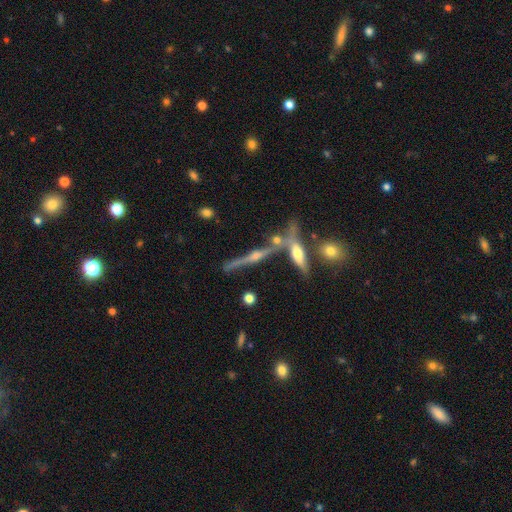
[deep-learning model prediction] Smooth or featured?
  - featured or disk: 83% *
  - smooth: 9%
  - star or artifact: 8%
Edge-on disk?
  - yes: 97% *
  - no: 3%
Edge-on bulge?
  - rounded: 90% *
  - none: 5%
  - boxy: 5%
Merging?
  - none: 72% *
  - merger: 14%
  - minor disturbance: 10%
  - major disturbance: 4%